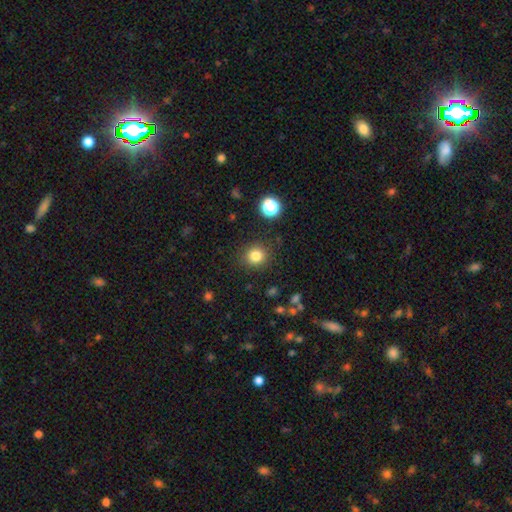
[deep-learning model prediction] This is clearly a smooth galaxy (81%). How rounded: clearly round (87%). Merging: clearly none (88%).